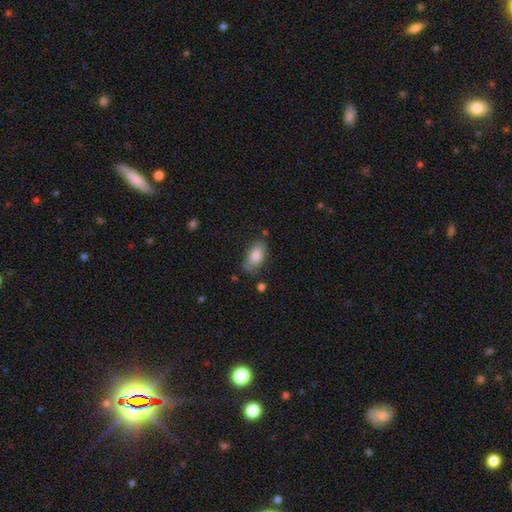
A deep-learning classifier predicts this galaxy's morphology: Overall: smooth (82%). How rounded: in between (91%). Merging: none (69%).